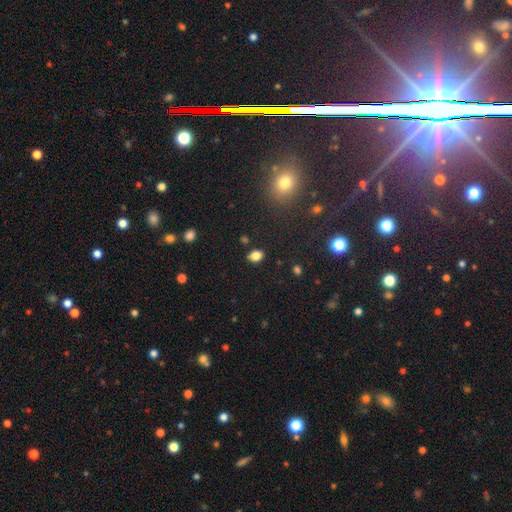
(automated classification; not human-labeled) The model was most divided on "how rounded": in between: 72%, round: 27%, cigar-shaped: 1%. More confident: merging — none (86%); smooth or featured — smooth (83%).